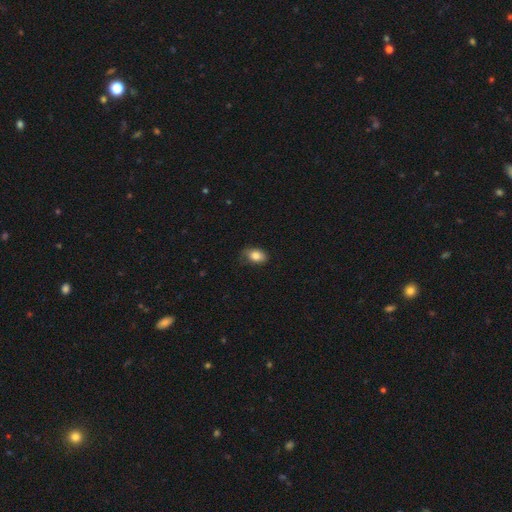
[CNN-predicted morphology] A smooth galaxy with no disk features (82%) that is in between round and cigar-shaped (80%). Merging: none (66%).